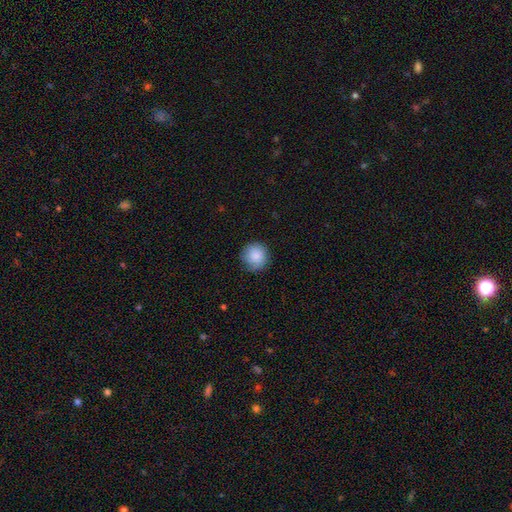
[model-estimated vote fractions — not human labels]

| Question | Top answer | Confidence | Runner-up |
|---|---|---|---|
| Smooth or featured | smooth | 86% | star or artifact (7%) |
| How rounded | round | 93% | in between (6%) |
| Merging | none | 83% | minor disturbance (14%) |